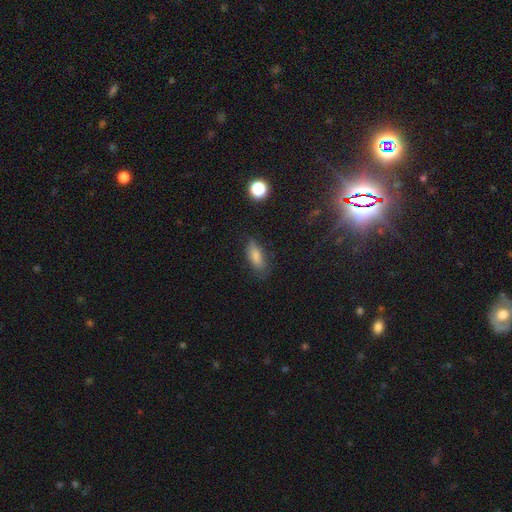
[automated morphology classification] This appears to be a smooth galaxy with no disk features (72%) that is in between round and cigar-shaped (74%). Merging: none (78%).